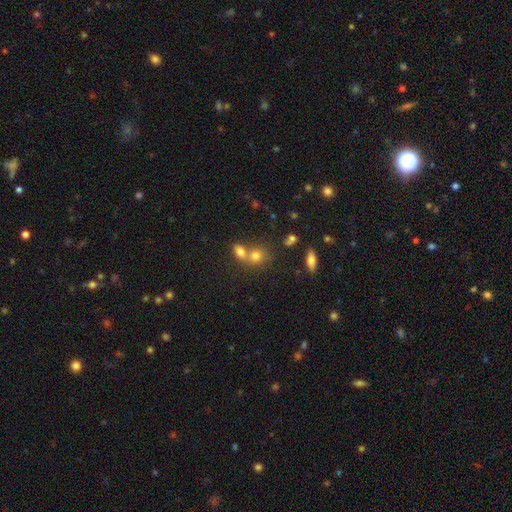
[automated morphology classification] This appears to be a smooth galaxy with no disk features (75%) that is round (58%). Merging: merger (54%).